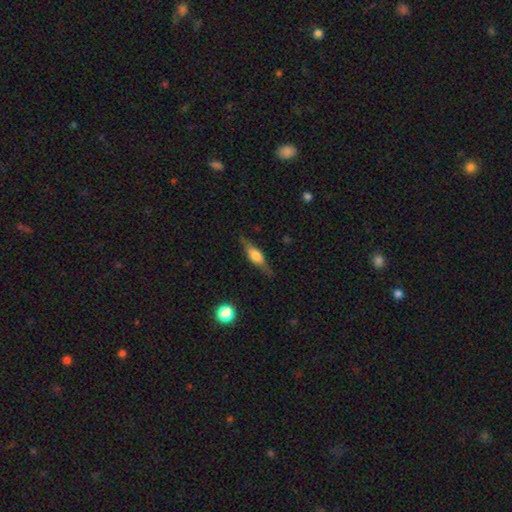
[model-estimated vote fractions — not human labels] Smooth or featured: featured or disk — 56% (smooth — 37%)
Edge-on disk: yes — 93% (no — 7%)
Edge-on bulge: rounded — 82% (boxy — 15%)
Merging: none — 81% (minor disturbance — 14%)